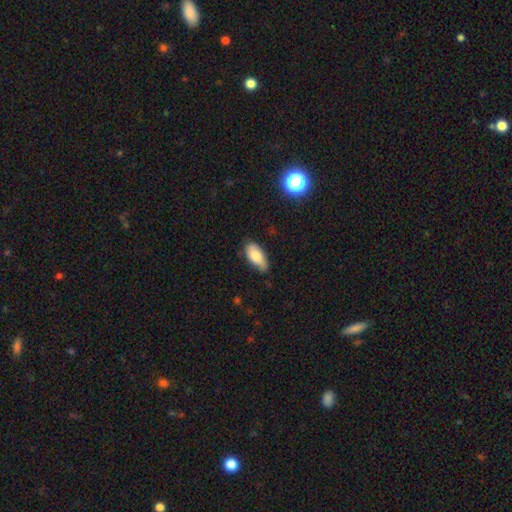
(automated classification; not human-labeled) Q: Smooth or featured?
A: smooth (79%); runner-up: featured or disk (13%)
Q: How rounded?
A: in between (88%); runner-up: cigar-shaped (9%)
Q: Merging?
A: none (66%); runner-up: minor disturbance (28%)